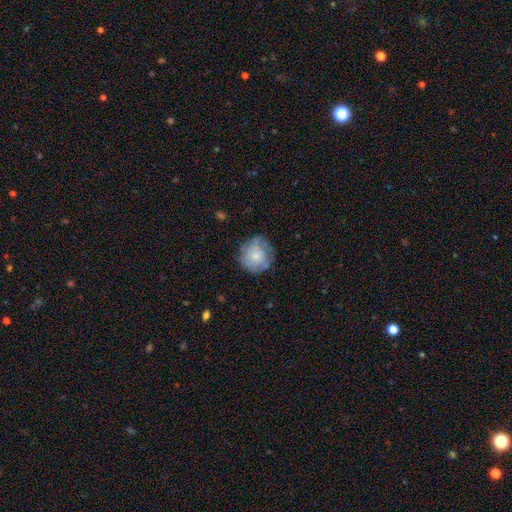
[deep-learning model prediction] Overall: smooth (62%; featured or disk 30%). How rounded: round (90%). Merging: none (67%).